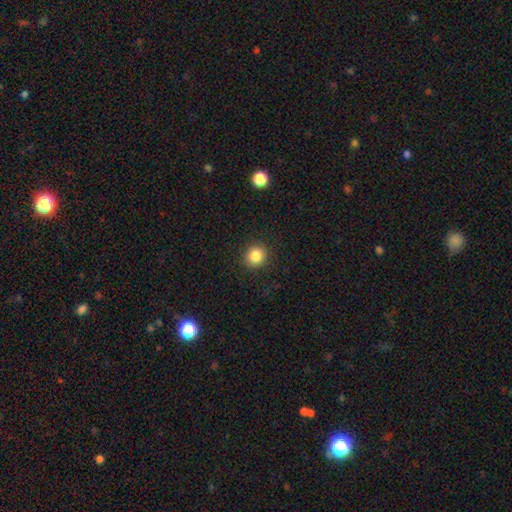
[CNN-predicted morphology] smooth-or-featured: smooth: 85% | star or artifact: 10% | featured or disk: 5%
  how-rounded: round: 86% | in between: 13% | cigar-shaped: 1%
  merging: none: 90% | minor disturbance: 6% | major disturbance: 2% | merger: 1%